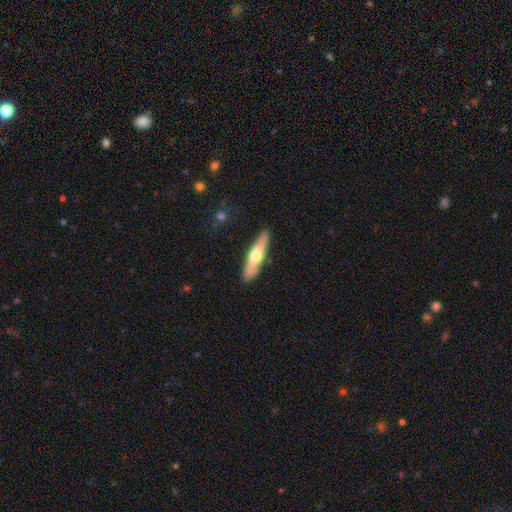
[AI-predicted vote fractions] smooth-or-featured: smooth: 51% | featured or disk: 44% | star or artifact: 5%
  how-rounded: cigar-shaped: 76% | in between: 22% | round: 2%
  merging: none: 88% | minor disturbance: 9% | major disturbance: 2% | merger: 1%